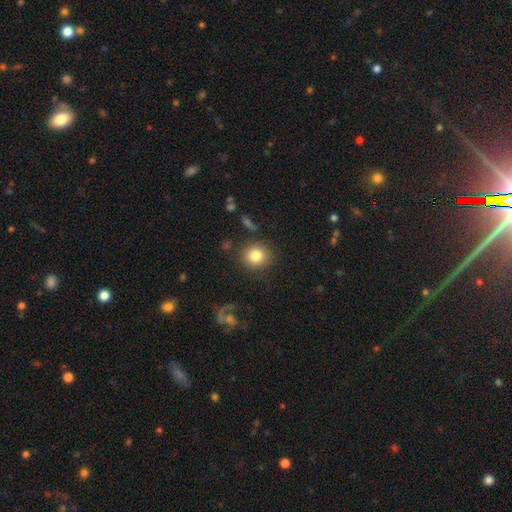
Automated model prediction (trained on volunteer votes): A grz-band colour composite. It shows a smooth galaxy with no disk features (82%) that is round (86%). Merging: none (86%).